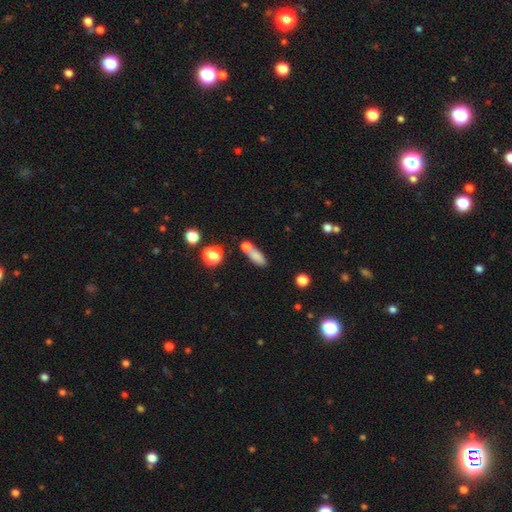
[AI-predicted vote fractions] A smooth galaxy with no disk features (77%) that is in between round and cigar-shaped (59%).

Vote fractions:
- Smooth or featured? smooth: 77% / featured or disk: 12% / star or artifact: 12%
- How rounded? in between: 59% / cigar-shaped: 33% / round: 7%
- Merging? none: 50% / merger: 29% / minor disturbance: 15% / major disturbance: 6%